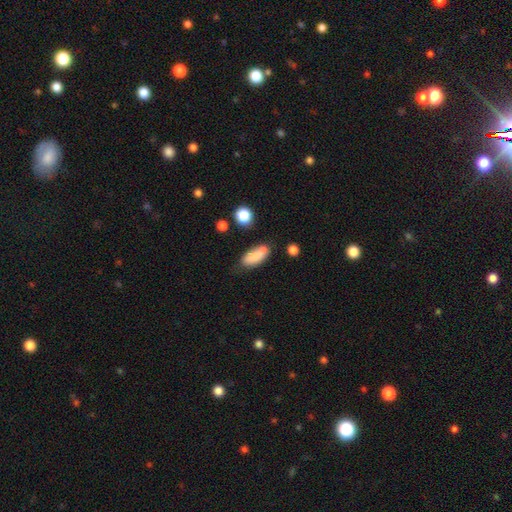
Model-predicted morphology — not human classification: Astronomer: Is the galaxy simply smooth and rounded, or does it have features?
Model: smooth — 82%.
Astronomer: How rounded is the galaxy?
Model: in between — 77%.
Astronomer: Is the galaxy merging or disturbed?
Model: none — 54%.